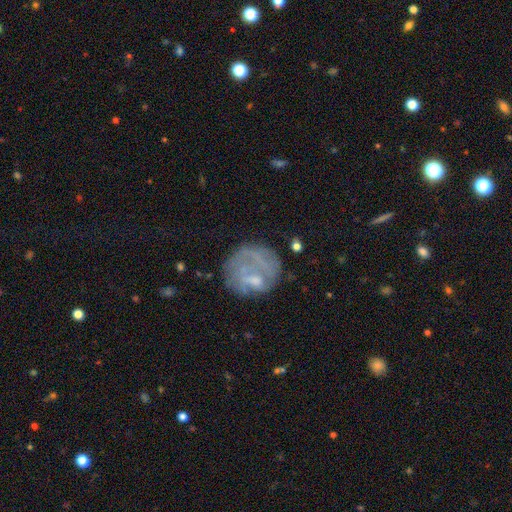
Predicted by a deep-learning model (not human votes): smooth-or-featured: featured or disk: 47% | smooth: 41% | star or artifact: 12%
  merging: none: 52% | major disturbance: 22% | minor disturbance: 22% | merger: 5%